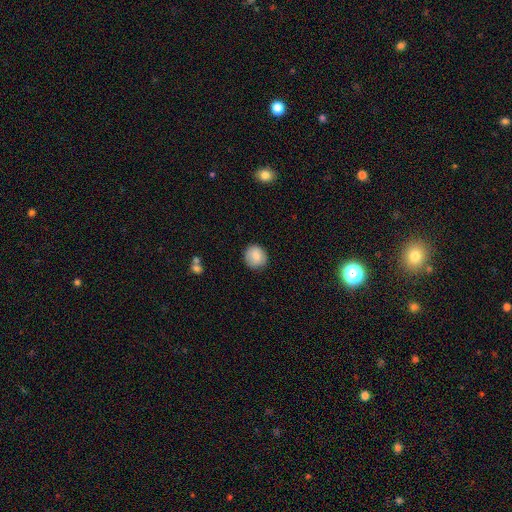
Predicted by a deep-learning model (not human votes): smooth-or-featured: smooth: 85% | star or artifact: 8% | featured or disk: 7%
  how-rounded: round: 88% | in between: 11% | cigar-shaped: 1%
  merging: none: 87% | minor disturbance: 10% | major disturbance: 2% | merger: 1%